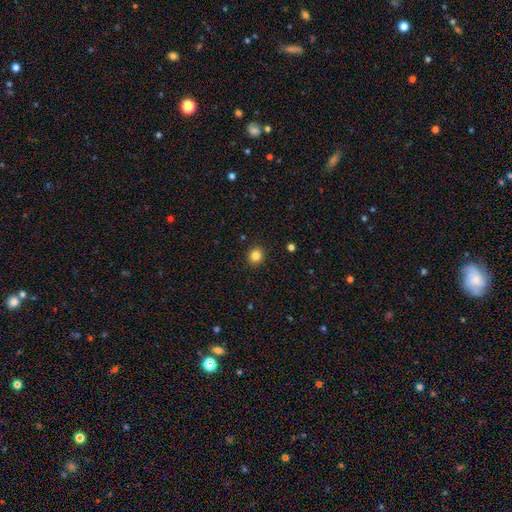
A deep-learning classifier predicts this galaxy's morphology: type=smooth (83%); roundness=round (87%); merging=none (92%).